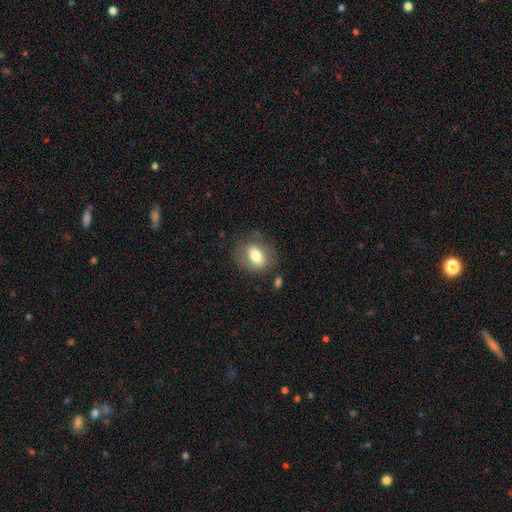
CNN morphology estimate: A smooth galaxy with no disk features (71%) that is in between round and cigar-shaped (70%).

Vote fractions:
- Smooth or featured? smooth: 71% / featured or disk: 21% / star or artifact: 8%
- How rounded? in between: 70% / round: 28% / cigar-shaped: 2%
- Merging? none: 74% / minor disturbance: 16% / major disturbance: 7% / merger: 3%